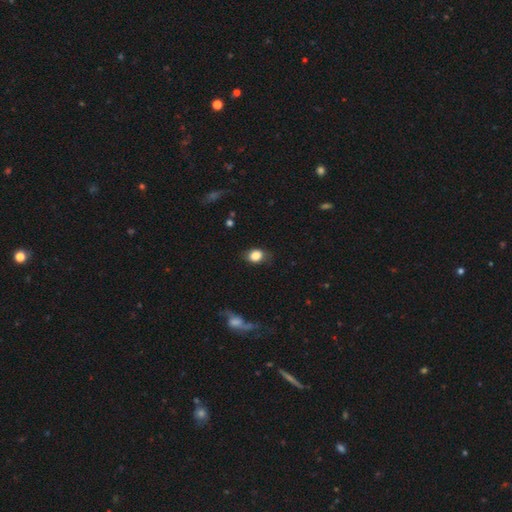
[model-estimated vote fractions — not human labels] smooth_or_featured: smooth (p=0.83) [alt: star or artifact p=0.09]
how_rounded: in between (p=0.59) [alt: round p=0.40]
merging: none (p=0.72) [alt: minor disturbance p=0.20]